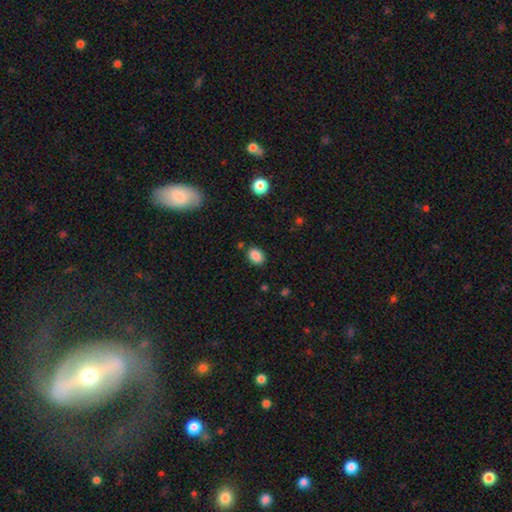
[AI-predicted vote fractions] Morphology: type=smooth (87%); roundness=in between (70%); merging=none (82%).